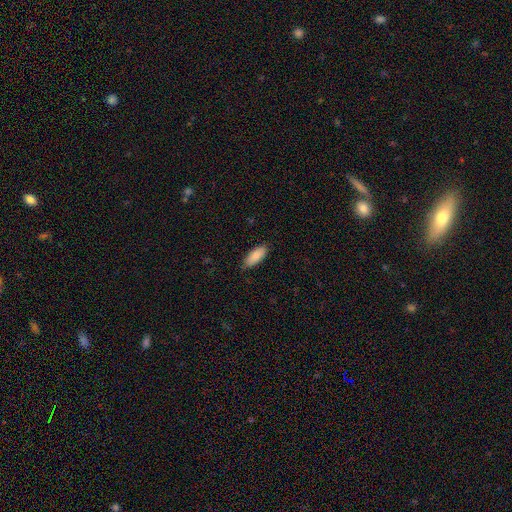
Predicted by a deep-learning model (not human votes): Smooth or featured?
  - smooth: 87% *
  - featured or disk: 7%
  - star or artifact: 6%
How rounded?
  - in between: 80% *
  - cigar-shaped: 18%
  - round: 2%
Merging?
  - none: 84% *
  - minor disturbance: 13%
  - major disturbance: 2%
  - merger: 1%